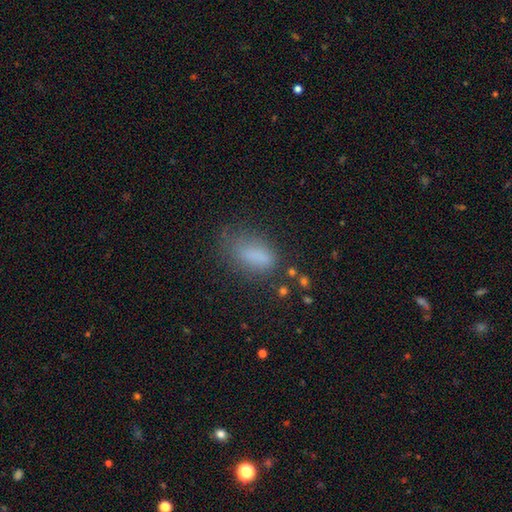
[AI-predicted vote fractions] A smooth galaxy with no disk features (77%) that is in between round and cigar-shaped (81%).

Vote fractions:
- Smooth or featured? smooth: 77% / star or artifact: 13% / featured or disk: 11%
- How rounded? in between: 81% / cigar-shaped: 14% / round: 6%
- Merging? none: 55% / minor disturbance: 25% / major disturbance: 16% / merger: 4%